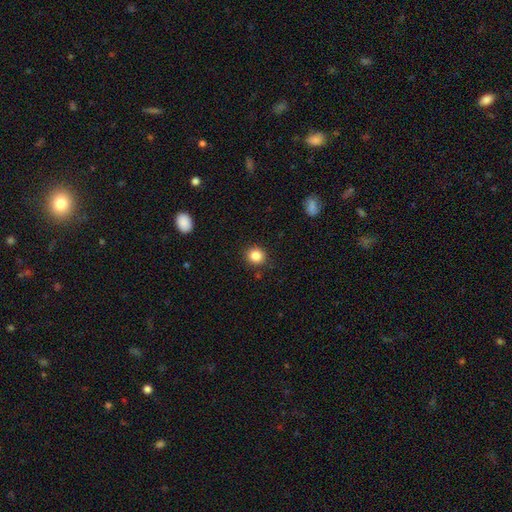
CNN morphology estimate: Smooth or featured? smooth (85%)
How rounded? round (87%)
Merging? none (89%)